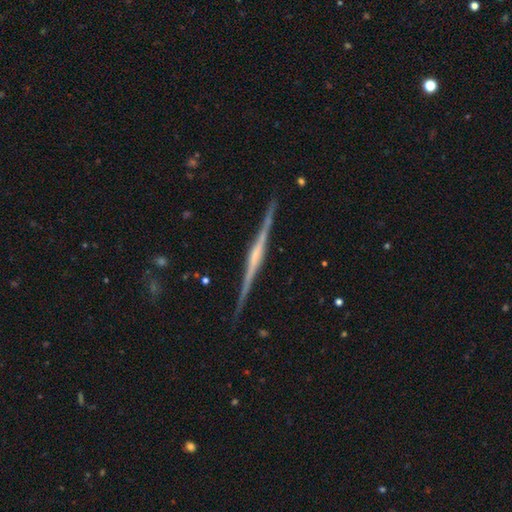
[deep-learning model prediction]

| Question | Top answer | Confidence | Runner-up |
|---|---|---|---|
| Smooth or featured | featured or disk | 84% | smooth (10%) |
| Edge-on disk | yes | 98% | no (2%) |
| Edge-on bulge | rounded | 45% | boxy (28%) |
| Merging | none | 90% | minor disturbance (7%) |